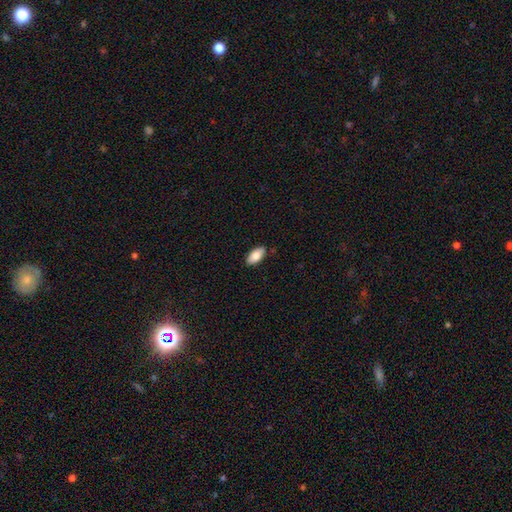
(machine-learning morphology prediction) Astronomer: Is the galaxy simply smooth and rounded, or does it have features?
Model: smooth — 84%.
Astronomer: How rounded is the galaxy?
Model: in between — 92%.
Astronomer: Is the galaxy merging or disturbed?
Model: none — 87%.